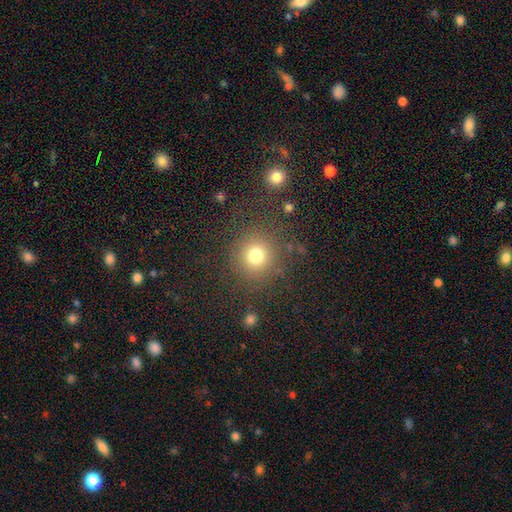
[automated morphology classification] A smooth galaxy with no disk features (75%) that is round (93%). Merging: none (82%).